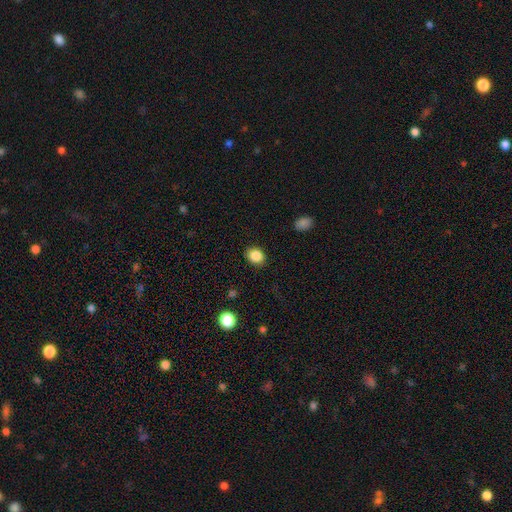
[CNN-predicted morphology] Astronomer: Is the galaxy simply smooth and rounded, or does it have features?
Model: smooth — 87%.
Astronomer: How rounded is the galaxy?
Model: round — 51% (runner-up: in between, 48%).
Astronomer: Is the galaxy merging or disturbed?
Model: none — 88%.